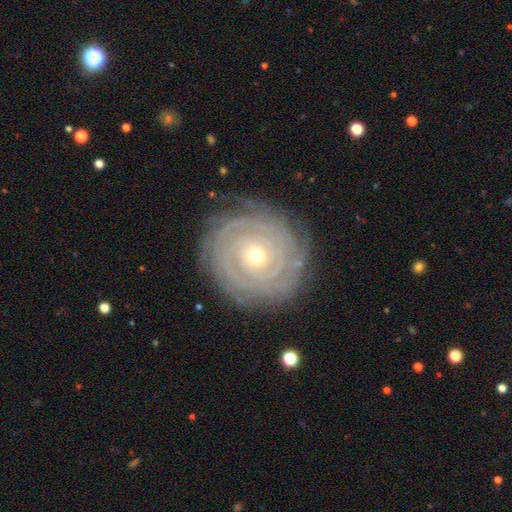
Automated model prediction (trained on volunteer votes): Smooth or featured? featured or disk (87%)
Edge-on disk? no (97%)
Bar? no (78%)
Spiral arms? yes (97%)
Spiral winding? tight (91%)
Spiral arm count? can't tell (26%)
Bulge size? small (58%)
Merging? none (84%)